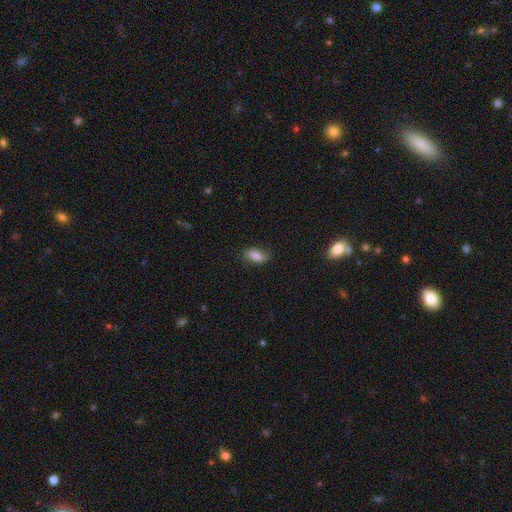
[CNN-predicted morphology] type=smooth (82%); roundness=in between (89%); merging=none (72%).